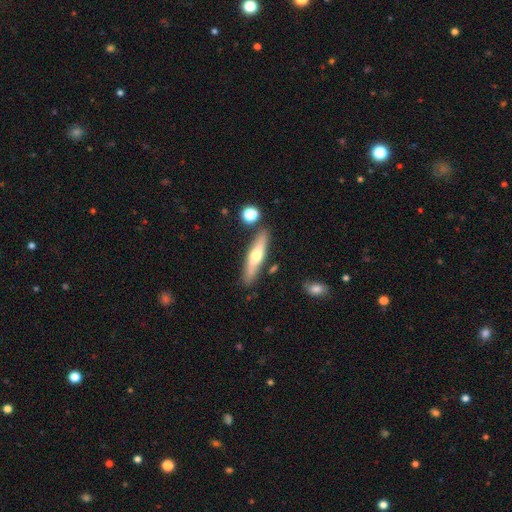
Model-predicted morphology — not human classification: Smooth or featured?
  - smooth: 49% *
  - featured or disk: 45%
  - star or artifact: 6%
Merging?
  - none: 81% *
  - minor disturbance: 11%
  - merger: 5%
  - major disturbance: 2%